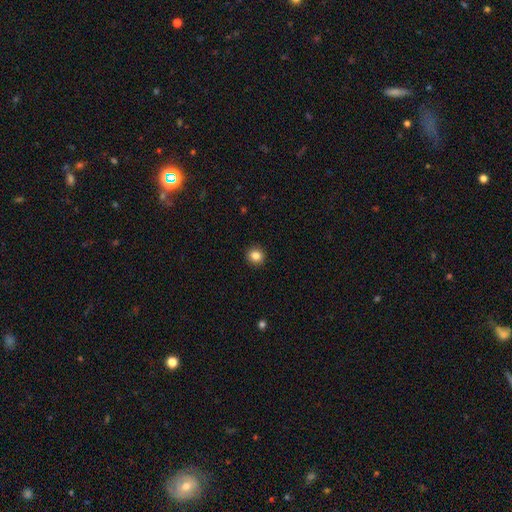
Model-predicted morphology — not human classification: Q: Smooth or featured?
A: smooth (85%); runner-up: star or artifact (10%)
Q: How rounded?
A: round (90%); runner-up: in between (9%)
Q: Merging?
A: none (93%); runner-up: minor disturbance (5%)